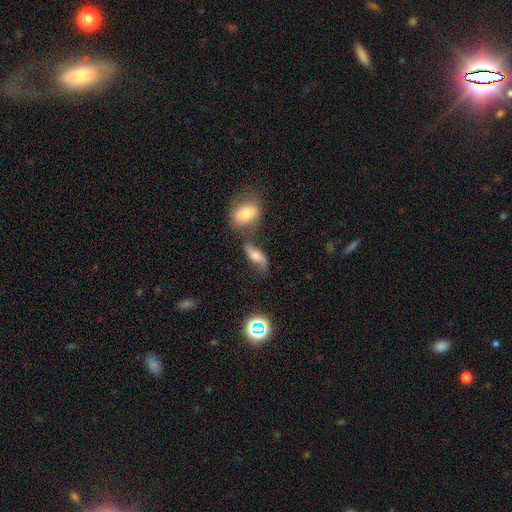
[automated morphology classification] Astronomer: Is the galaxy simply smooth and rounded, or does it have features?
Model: smooth — 59%.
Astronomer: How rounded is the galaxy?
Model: in between — 76%.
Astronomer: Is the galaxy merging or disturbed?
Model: none — 47% (runner-up: merger, 22%).